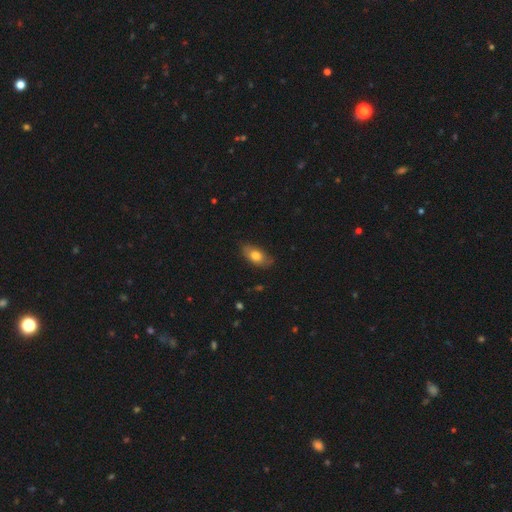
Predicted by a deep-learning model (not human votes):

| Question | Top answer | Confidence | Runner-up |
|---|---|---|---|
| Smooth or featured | smooth | 73% | featured or disk (20%) |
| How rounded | in between | 89% | round (6%) |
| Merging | none | 76% | minor disturbance (19%) |